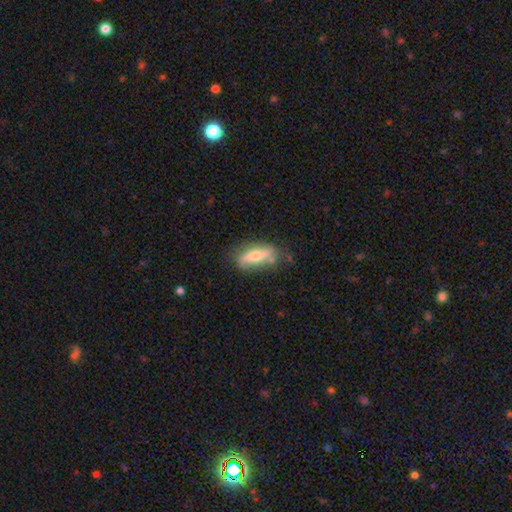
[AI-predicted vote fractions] Smooth or featured?
  - featured or disk: 47% *
  - smooth: 46%
  - star or artifact: 7%
Merging?
  - none: 66% *
  - minor disturbance: 23%
  - major disturbance: 6%
  - merger: 4%